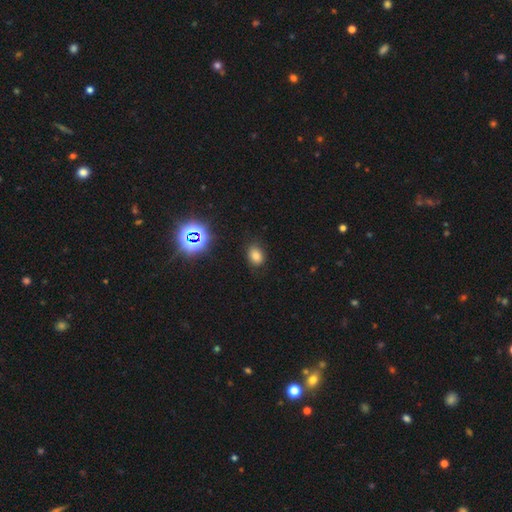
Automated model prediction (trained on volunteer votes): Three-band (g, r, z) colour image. It shows a smooth galaxy with no disk features (75%) that is in between round and cigar-shaped (65%). Merging: none (82%).